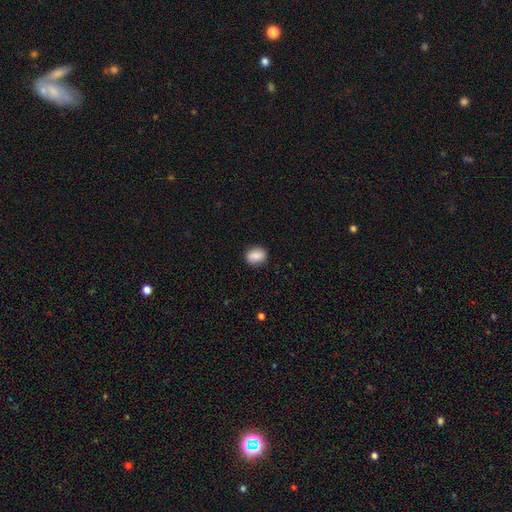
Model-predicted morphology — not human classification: Smooth or featured? smooth (86%)
How rounded? in between (68%)
Merging? none (86%)